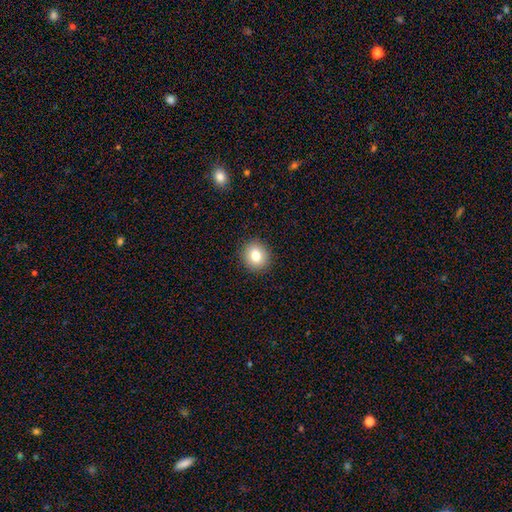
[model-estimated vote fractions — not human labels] This appears to be a smooth galaxy with no disk features (81%) that is round (82%). Merging: none (91%).